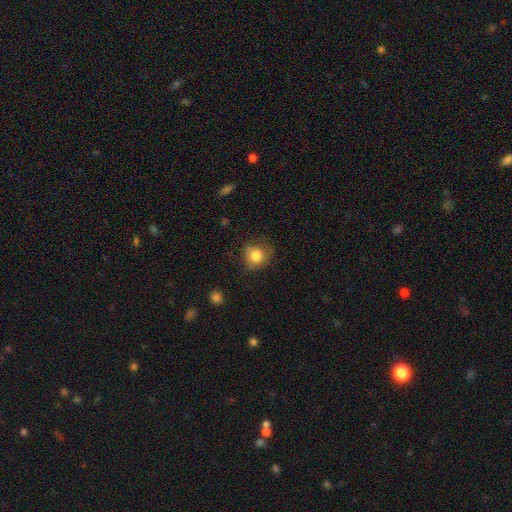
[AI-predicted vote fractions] Smooth or featured? smooth (81%)
How rounded? round (79%)
Merging? none (66%)